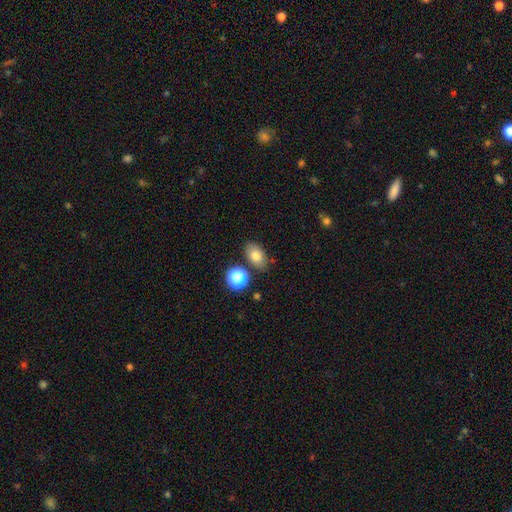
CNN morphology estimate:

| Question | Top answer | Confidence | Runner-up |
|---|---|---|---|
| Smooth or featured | smooth | 77% | featured or disk (12%) |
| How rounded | in between | 84% | round (15%) |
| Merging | none | 77% | minor disturbance (12%) |